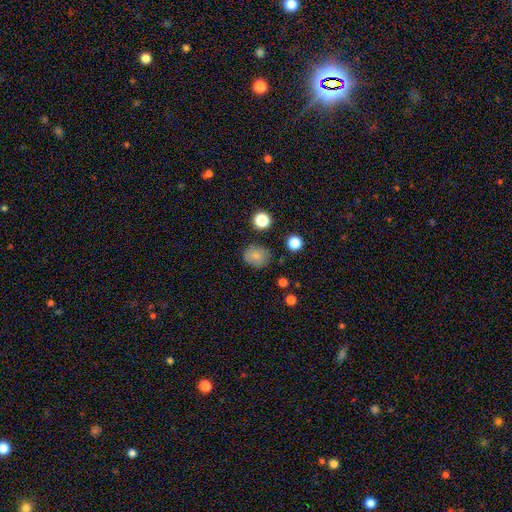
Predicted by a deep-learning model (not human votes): Smooth or featured?
  - smooth: 80% *
  - star or artifact: 12%
  - featured or disk: 8%
How rounded?
  - round: 62% *
  - in between: 37%
  - cigar-shaped: 1%
Merging?
  - none: 77% *
  - minor disturbance: 16%
  - major disturbance: 4%
  - merger: 3%